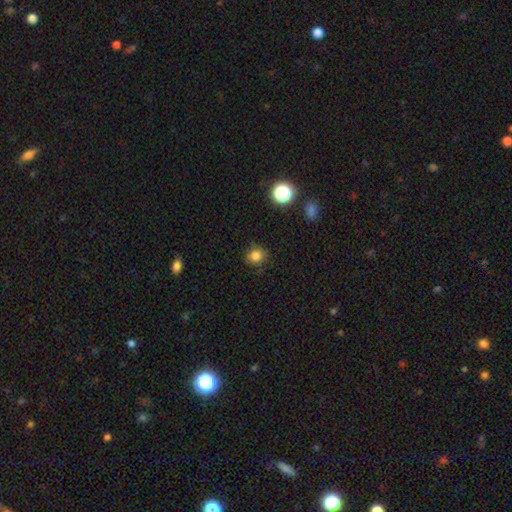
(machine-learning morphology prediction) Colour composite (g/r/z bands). It shows a smooth galaxy with no disk features (81%) that is round (74%). Merging: none (83%).